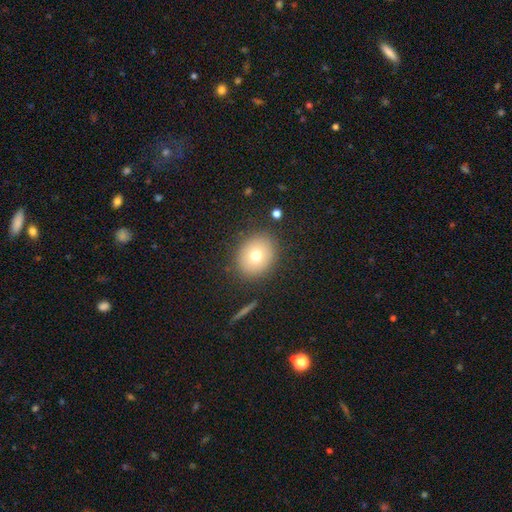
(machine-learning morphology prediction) Smooth or featured? Predicted: smooth (p=0.71). How rounded? Predicted: round (p=0.70). Merging? Predicted: none (p=0.86).